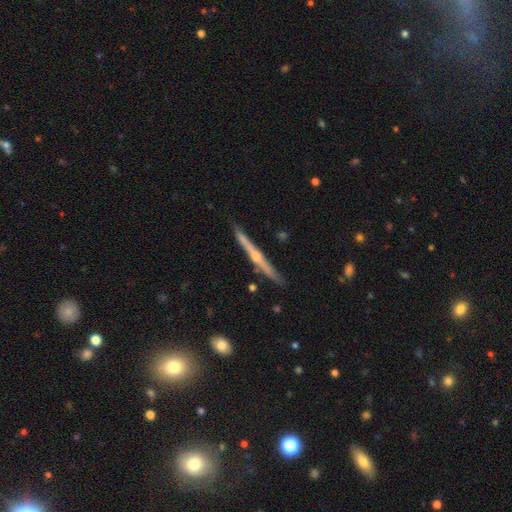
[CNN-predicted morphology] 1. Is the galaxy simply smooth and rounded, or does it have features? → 76% featured or disk, 16% smooth, 8% star or artifact.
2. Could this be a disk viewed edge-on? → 97% yes, 3% no.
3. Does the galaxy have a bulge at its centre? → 80% rounded, 14% none, 6% boxy.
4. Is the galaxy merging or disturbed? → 86% none, 9% minor disturbance, 2% merger, 2% major disturbance.